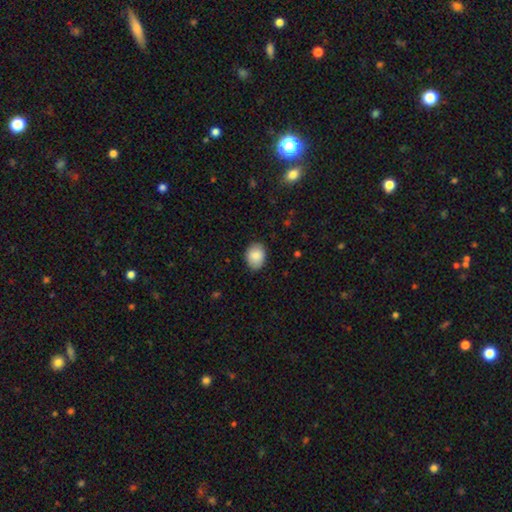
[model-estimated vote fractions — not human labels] smooth-or-featured: smooth: 88% | star or artifact: 7% | featured or disk: 6%
  how-rounded: in between: 66% | round: 33% | cigar-shaped: 1%
  merging: none: 85% | minor disturbance: 12% | major disturbance: 2% | merger: 1%